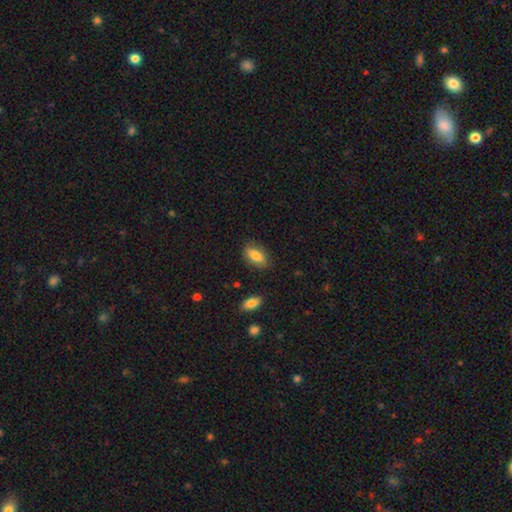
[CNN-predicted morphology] smooth-or-featured: smooth: 79% | featured or disk: 14% | star or artifact: 7%
  how-rounded: in between: 88% | cigar-shaped: 8% | round: 4%
  merging: none: 81% | minor disturbance: 14% | major disturbance: 3% | merger: 2%